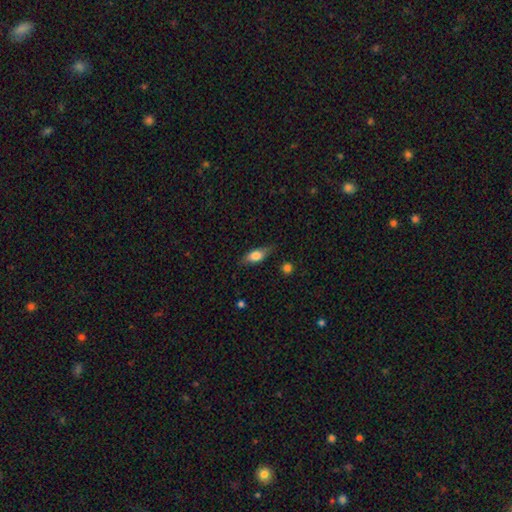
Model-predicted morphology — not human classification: This appears to be a smooth galaxy with no disk features (71%) that is in between round and cigar-shaped (77%). Merging: none (74%).